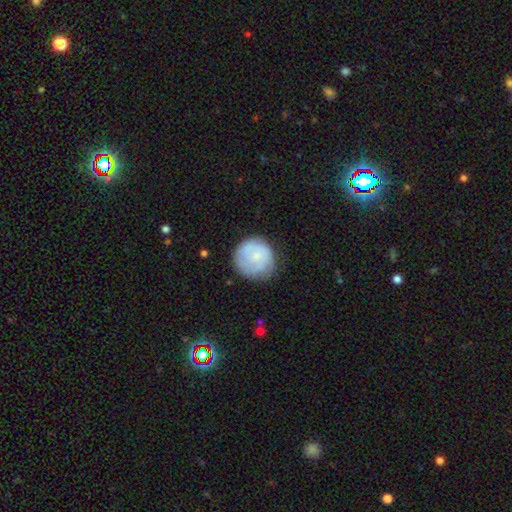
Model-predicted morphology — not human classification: type=smooth (57%); roundness=round (92%); merging=none (70%).